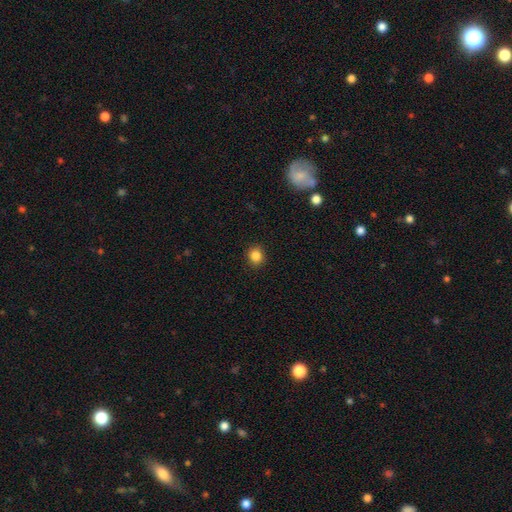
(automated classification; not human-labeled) This is clearly a smooth galaxy (85%). How rounded: likely round (80%). Merging: clearly none (91%).